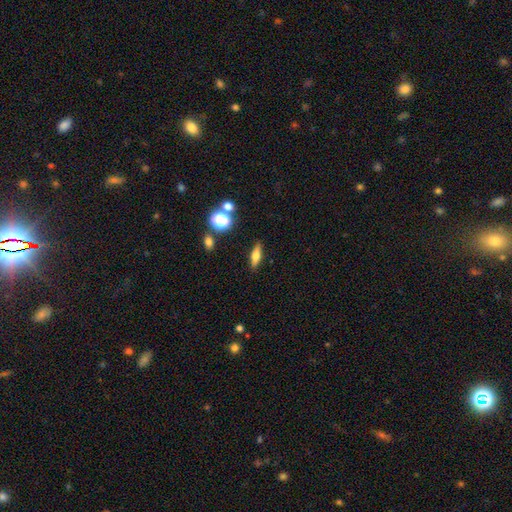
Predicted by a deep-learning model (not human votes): smooth-or-featured: smooth: 53% | featured or disk: 36% | star or artifact: 11%
  how-rounded: cigar-shaped: 48% | in between: 46% | round: 6%
  merging: none: 87% | minor disturbance: 9% | major disturbance: 3% | merger: 2%